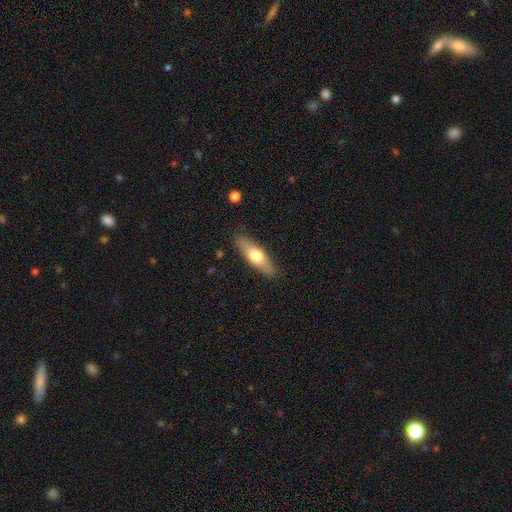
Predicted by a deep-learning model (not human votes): Smooth or featured?
  - smooth: 57% *
  - featured or disk: 37%
  - star or artifact: 5%
How rounded?
  - cigar-shaped: 55% *
  - in between: 42%
  - round: 3%
Merging?
  - none: 86% *
  - minor disturbance: 10%
  - major disturbance: 2%
  - merger: 1%